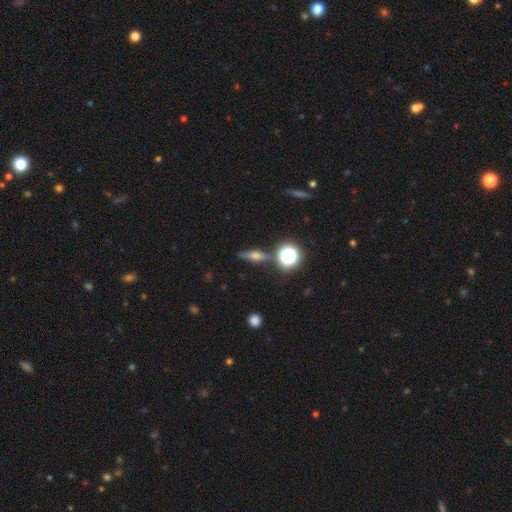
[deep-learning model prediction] Overall: featured or disk (47%; smooth 36%). Merging: none (80%).